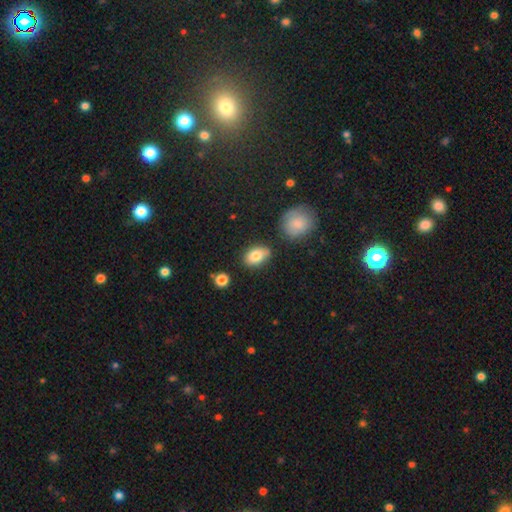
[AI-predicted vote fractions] Smooth or featured? smooth (82%)
How rounded? in between (86%)
Merging? none (77%)